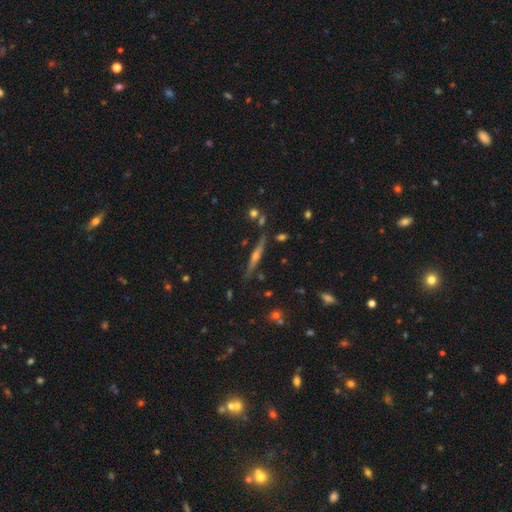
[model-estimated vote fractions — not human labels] Smooth or featured? featured or disk (72%)
Edge-on disk? yes (96%)
Edge-on bulge? rounded (82%)
Merging? none (81%)